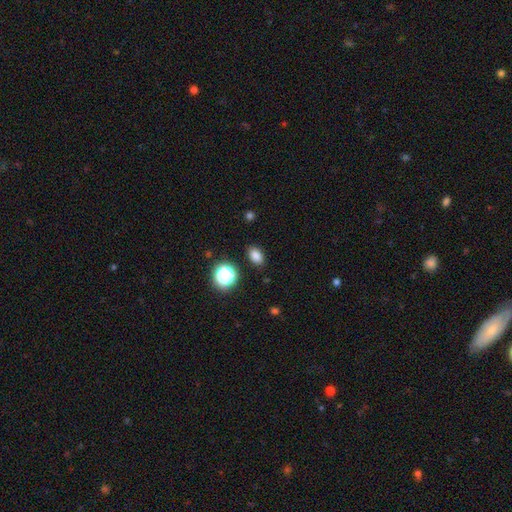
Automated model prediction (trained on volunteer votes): Overall: smooth (81%). How rounded: in between (80%). Merging: none (87%).